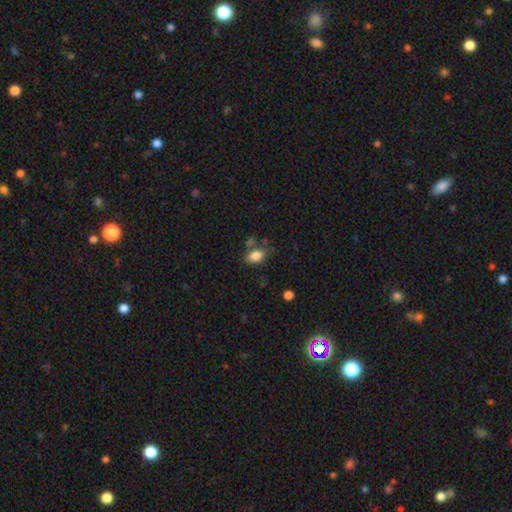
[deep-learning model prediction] This appears to be a smooth galaxy with no disk features (83%) that is in between round and cigar-shaped (81%). Merging: none (65%).